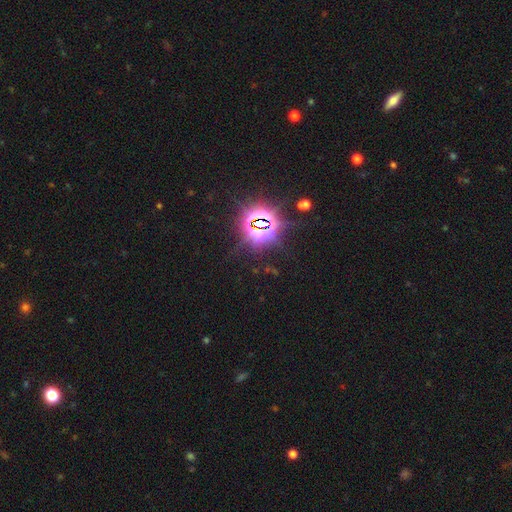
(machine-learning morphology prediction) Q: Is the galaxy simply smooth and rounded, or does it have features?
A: star or artifact — 84%.